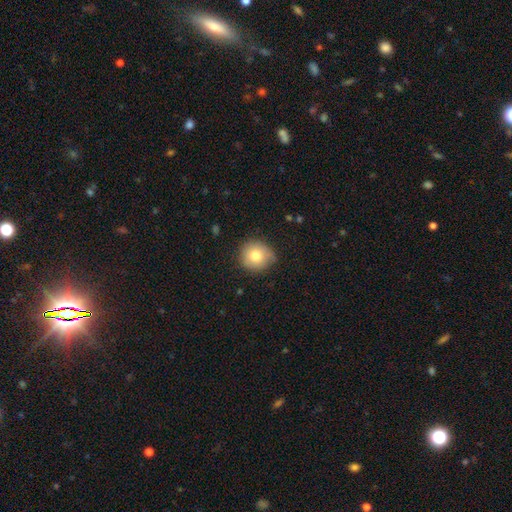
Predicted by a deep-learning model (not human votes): Overall: smooth (78%). How rounded: round (90%). Merging: none (78%).